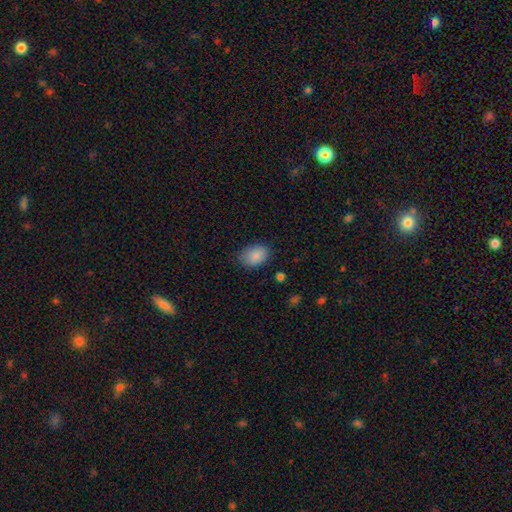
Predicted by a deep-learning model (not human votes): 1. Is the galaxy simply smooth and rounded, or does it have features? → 88% smooth, 8% star or artifact, 4% featured or disk.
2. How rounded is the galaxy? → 84% in between, 15% round, 1% cigar-shaped.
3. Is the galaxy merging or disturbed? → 79% none, 16% minor disturbance, 4% major disturbance, 1% merger.